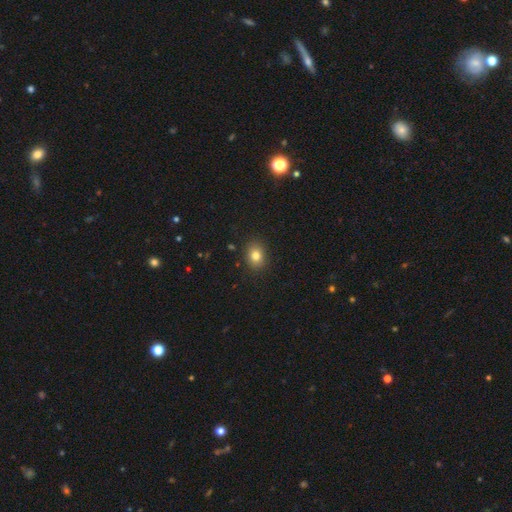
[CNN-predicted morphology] This is clearly a smooth galaxy (80%). How rounded: possibly in between (57%). Merging: clearly none (88%).